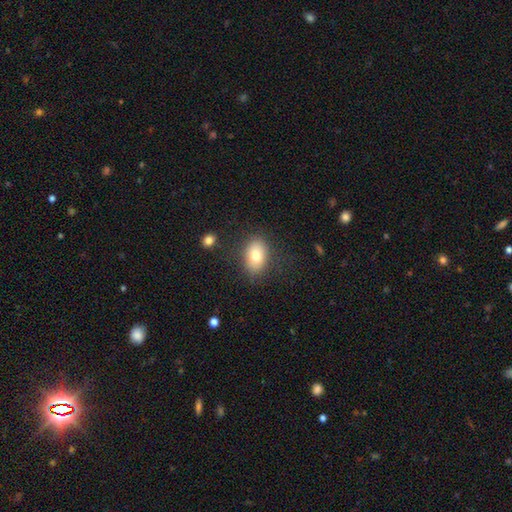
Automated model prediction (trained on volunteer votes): This appears to be a smooth galaxy with no disk features (76%) that is in between round and cigar-shaped (81%). Merging: none (81%).